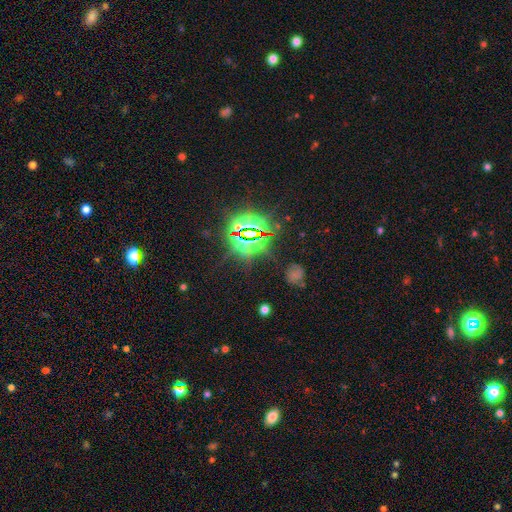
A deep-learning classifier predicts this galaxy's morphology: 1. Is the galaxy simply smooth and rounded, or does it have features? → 83% star or artifact, 10% smooth, 7% featured or disk.